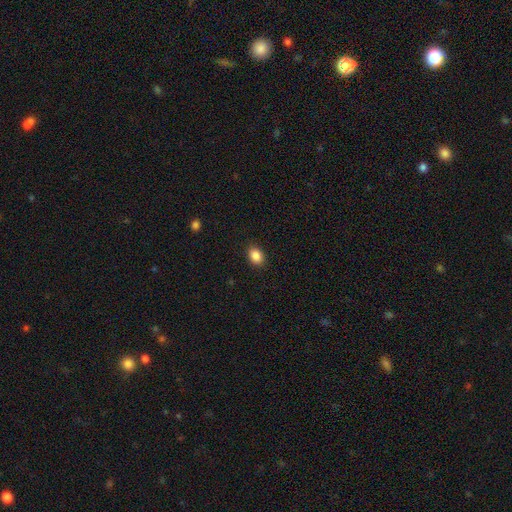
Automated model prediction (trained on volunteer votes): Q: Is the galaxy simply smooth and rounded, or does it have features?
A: smooth — 87%.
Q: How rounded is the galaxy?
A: in between — 68%.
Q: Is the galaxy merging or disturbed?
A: none — 89%.